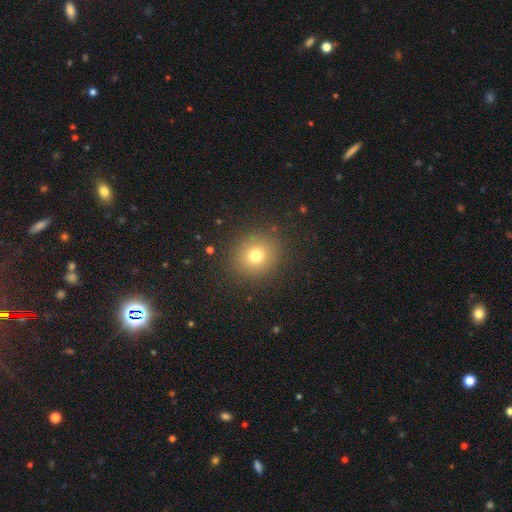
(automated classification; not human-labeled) Morphology: type=smooth (75%); roundness=round (86%); merging=none (89%).